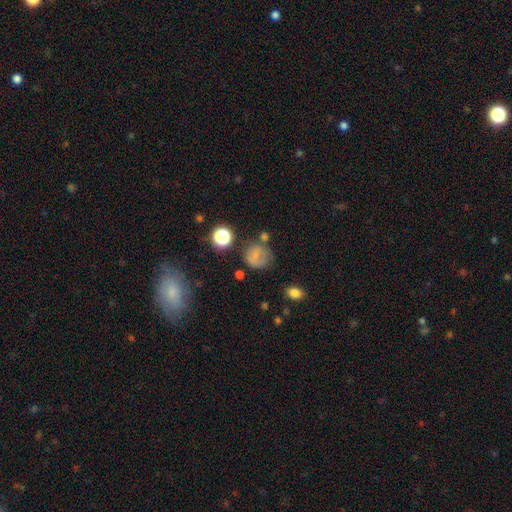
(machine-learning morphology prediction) A smooth galaxy with no disk features (62%) that is round (79%). Merging: none (58%).